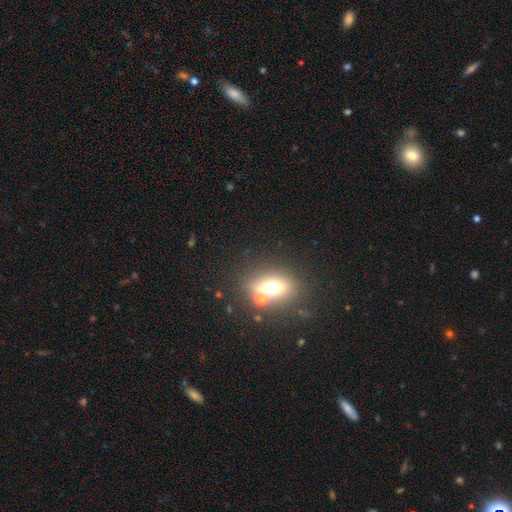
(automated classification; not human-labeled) smooth_or_featured: smooth (p=0.48) [alt: star or artifact p=0.35]
merging: none (p=0.68) [alt: merger p=0.16]